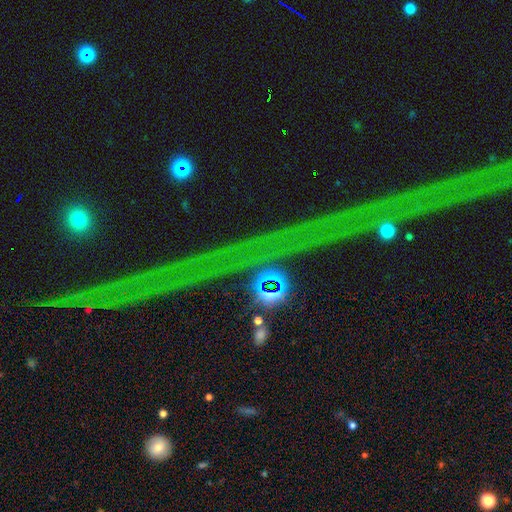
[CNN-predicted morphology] A star or artifact, not a galaxy (78%).